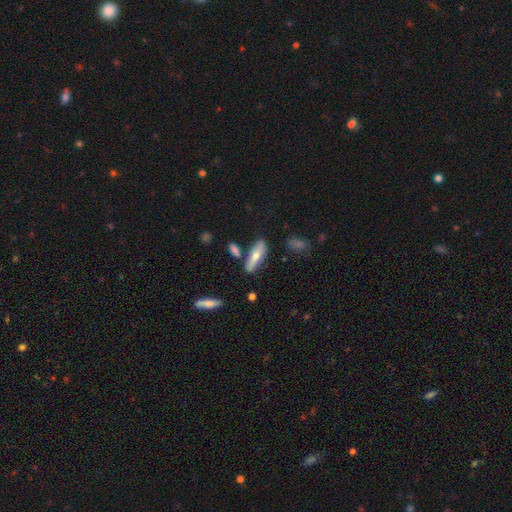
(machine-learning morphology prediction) Smooth or featured: smooth — 59% (featured or disk — 35%)
How rounded: cigar-shaped — 57% (in between — 41%)
Merging: none — 74% (minor disturbance — 14%)